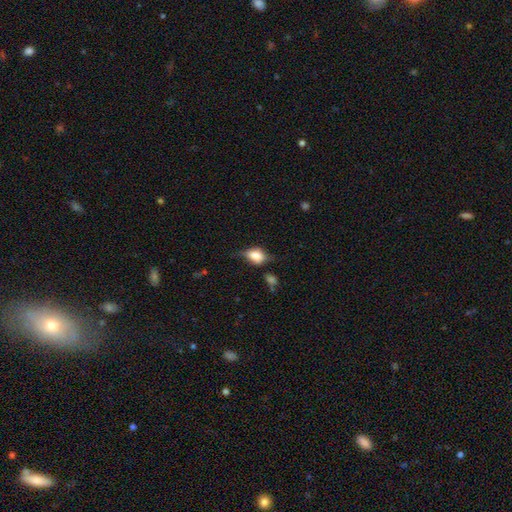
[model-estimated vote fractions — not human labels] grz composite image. It shows a smooth galaxy with no disk features (56%) that is in between round and cigar-shaped (70%). Merging: none (49%).